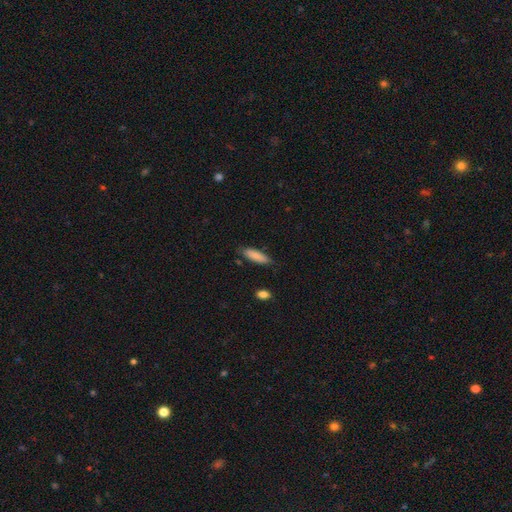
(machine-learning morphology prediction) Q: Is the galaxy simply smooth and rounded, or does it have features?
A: smooth — 85%.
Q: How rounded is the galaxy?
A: cigar-shaped — 54%.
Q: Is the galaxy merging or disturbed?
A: none — 76%.